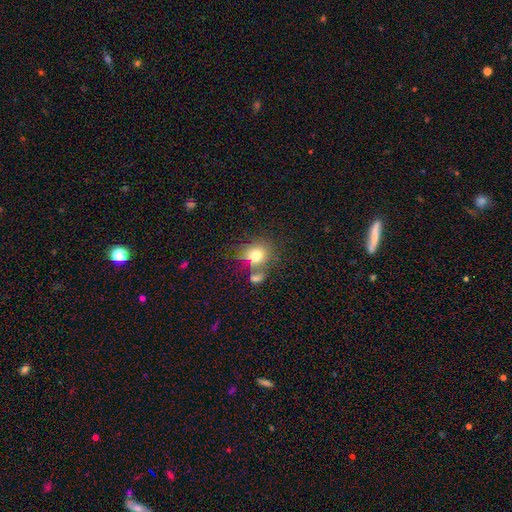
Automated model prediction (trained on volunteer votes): The model was most divided on "merging": none: 50%, merger: 25%, minor disturbance: 15%, major disturbance: 9%. More confident: smooth or featured — smooth (74%); how rounded — round (62%).